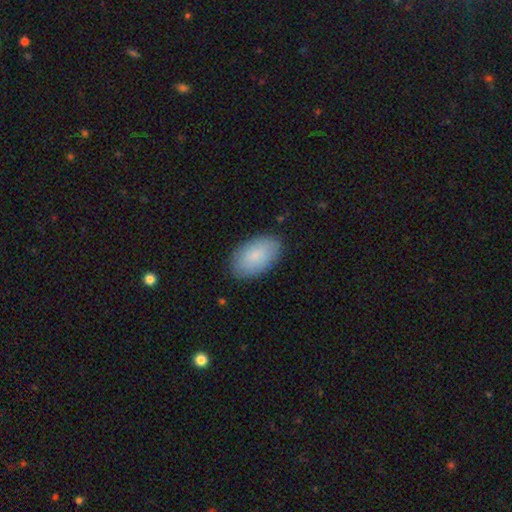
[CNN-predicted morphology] smooth-or-featured: smooth: 83% | featured or disk: 12% | star or artifact: 6%
  how-rounded: in between: 94% | round: 5% | cigar-shaped: 1%
  merging: none: 85% | minor disturbance: 11% | major disturbance: 3% | merger: 1%